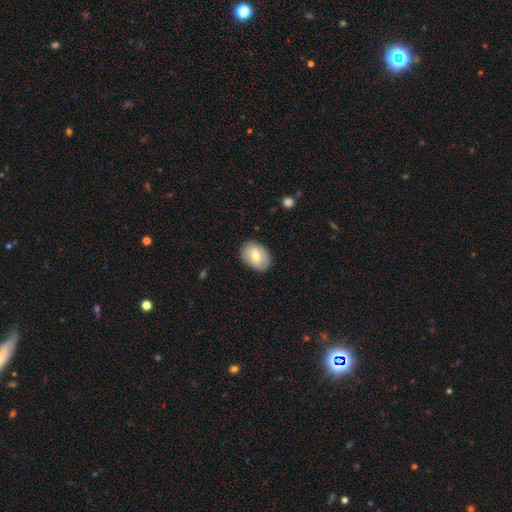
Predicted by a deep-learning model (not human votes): A smooth galaxy with no disk features (68%) that is in between round and cigar-shaped (73%).

Vote fractions:
- Smooth or featured? smooth: 68% / featured or disk: 25% / star or artifact: 7%
- How rounded? in between: 73% / round: 26% / cigar-shaped: 1%
- Merging? none: 84% / minor disturbance: 12% / major disturbance: 3% / merger: 1%